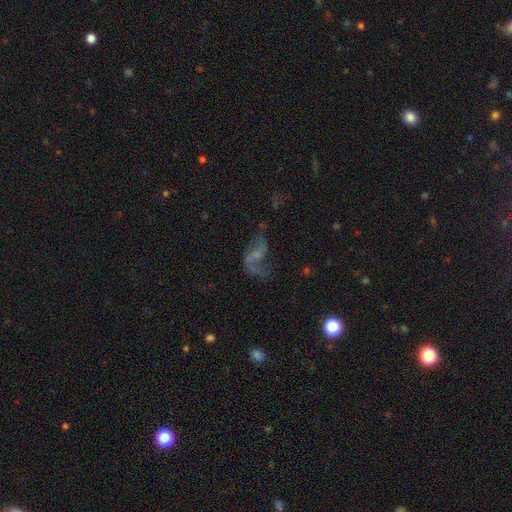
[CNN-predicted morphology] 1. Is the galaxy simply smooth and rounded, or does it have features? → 69% featured or disk, 17% smooth, 14% star or artifact.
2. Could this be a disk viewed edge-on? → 96% no, 4% yes.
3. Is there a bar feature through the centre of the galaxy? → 54% no, 36% weak, 10% strong.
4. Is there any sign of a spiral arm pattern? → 81% yes, 19% no.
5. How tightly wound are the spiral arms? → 79% loose, 17% medium, 4% tight.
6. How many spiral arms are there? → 75% 2, 16% 1, 5% can't tell, 1% 3, 1% 4, 1% more than 4.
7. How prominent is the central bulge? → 45% small, 35% none, 16% moderate, 2% large, 1% dominant.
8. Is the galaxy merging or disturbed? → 43% none, 33% major disturbance, 18% minor disturbance, 6% merger.